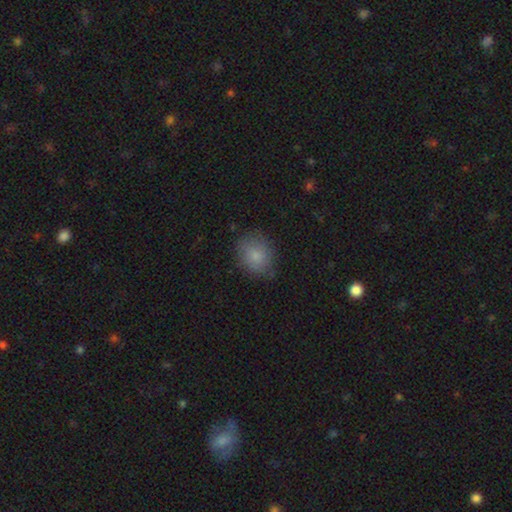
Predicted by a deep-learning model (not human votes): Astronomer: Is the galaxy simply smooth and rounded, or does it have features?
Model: smooth — 82%.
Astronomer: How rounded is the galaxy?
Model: round — 56% (runner-up: in between, 43%).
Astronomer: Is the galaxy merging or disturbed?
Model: none — 76%.